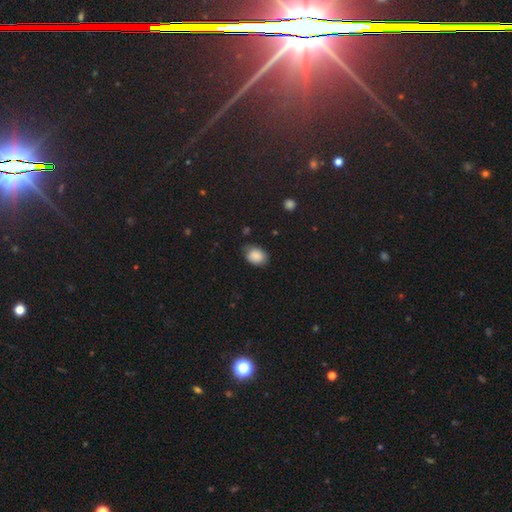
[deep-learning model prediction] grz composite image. It shows a smooth galaxy with no disk features (85%) that is in between round and cigar-shaped (70%). Merging: none (73%).